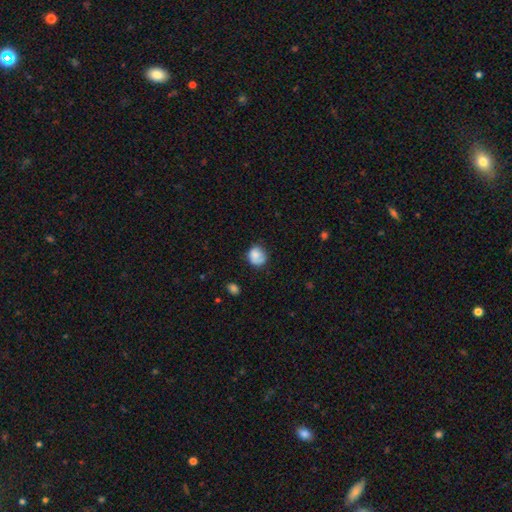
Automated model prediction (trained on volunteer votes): A smooth galaxy with no disk features (77%) that is round (73%). Merging: none (57%).